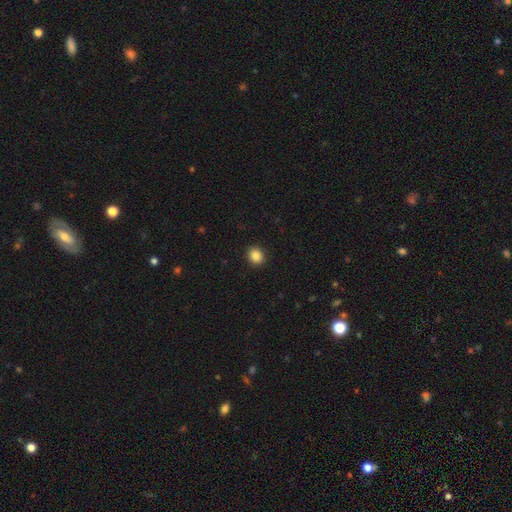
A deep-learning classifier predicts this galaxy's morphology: Smooth or featured?
  - smooth: 87% *
  - star or artifact: 10%
  - featured or disk: 4%
How rounded?
  - round: 67% *
  - in between: 32%
  - cigar-shaped: 1%
Merging?
  - none: 92% *
  - minor disturbance: 5%
  - major disturbance: 2%
  - merger: 1%